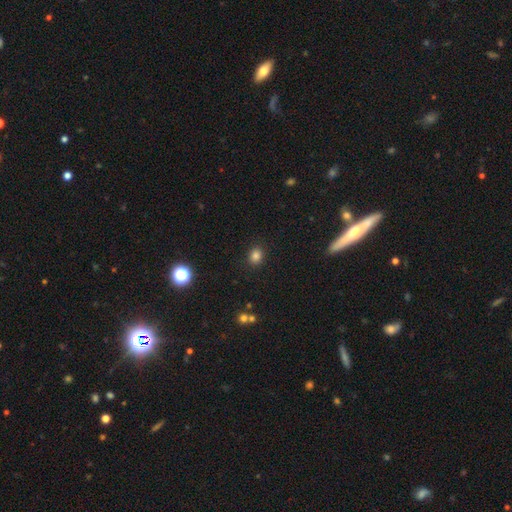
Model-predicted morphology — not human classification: smooth-or-featured: smooth: 82% | star or artifact: 13% | featured or disk: 4%
  how-rounded: round: 59% | in between: 40% | cigar-shaped: 1%
  merging: none: 89% | minor disturbance: 7% | major disturbance: 2% | merger: 1%